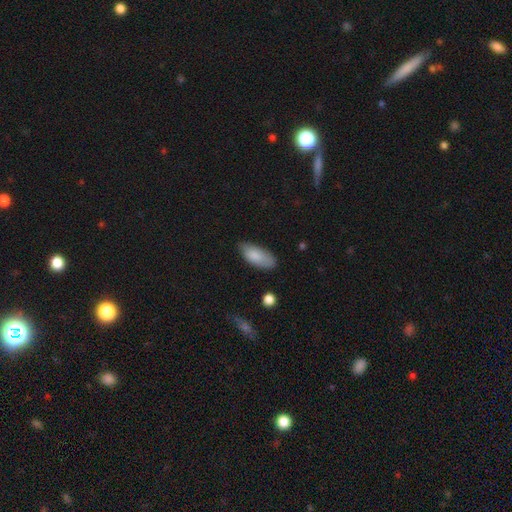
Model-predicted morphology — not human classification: smooth-or-featured: smooth: 85% | featured or disk: 9% | star or artifact: 6%
  how-rounded: in between: 87% | cigar-shaped: 11% | round: 2%
  merging: none: 74% | minor disturbance: 21% | major disturbance: 4% | merger: 2%